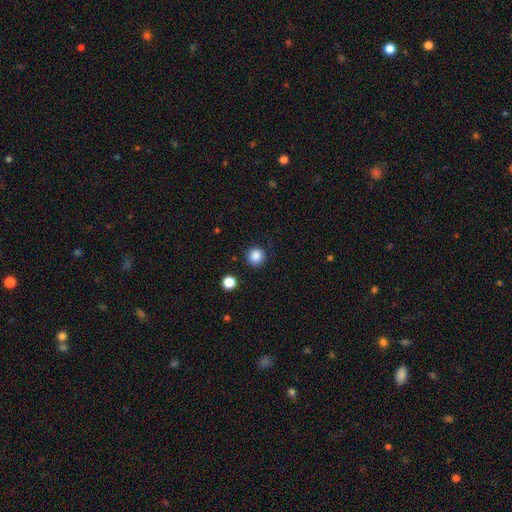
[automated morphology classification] type=smooth (86%); roundness=round (94%); merging=none (87%).